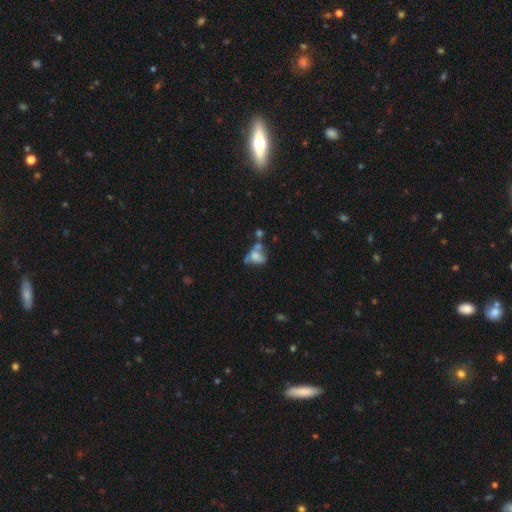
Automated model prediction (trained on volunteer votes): This is possibly a smooth galaxy (57%). How rounded: likely in between (73%). Merging: marginally merger (39%).